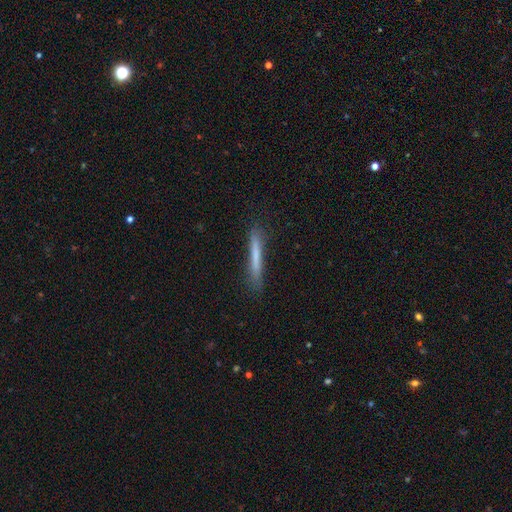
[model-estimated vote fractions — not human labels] The model was most divided on "smooth or featured": smooth: 67%, featured or disk: 26%, star or artifact: 7%. More confident: how rounded — cigar-shaped (96%); merging — none (84%).